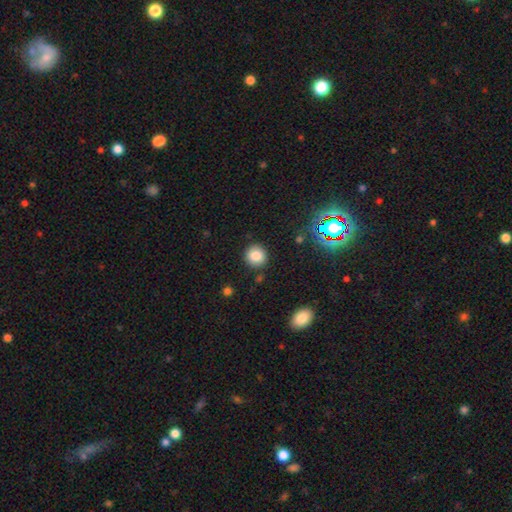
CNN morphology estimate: A smooth galaxy with no disk features (82%) that is round (89%). Merging: none (88%).